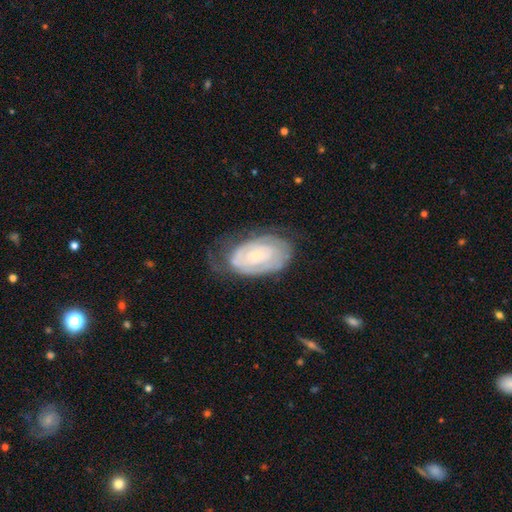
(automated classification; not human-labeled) featured or disk 70%, smooth 23%, star or artifact 7%. Down the decision tree: edge-on disk — no (95%); bar — no (73%); spiral arms — yes (82%); spiral arm count — can't tell (54%); spiral winding — tight (74%); bulge size — small (71%); merging — none (55%).